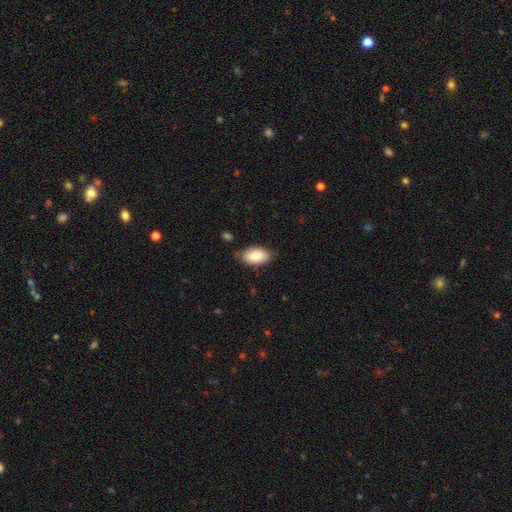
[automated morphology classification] type=smooth (81%); roundness=in between (94%); merging=none (73%).